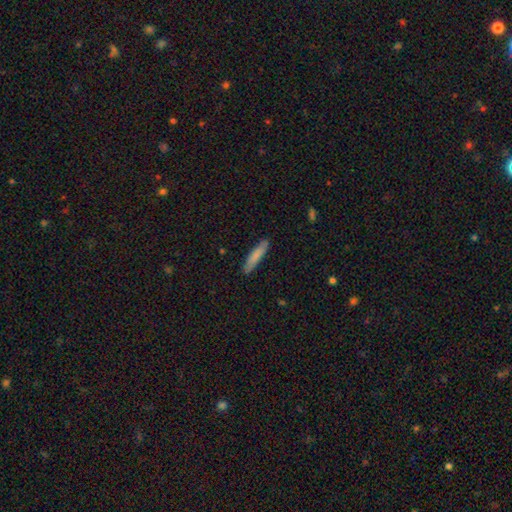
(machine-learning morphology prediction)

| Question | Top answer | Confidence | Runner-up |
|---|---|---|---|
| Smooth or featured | smooth | 79% | featured or disk (16%) |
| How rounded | cigar-shaped | 88% | in between (11%) |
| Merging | none | 88% | minor disturbance (9%) |